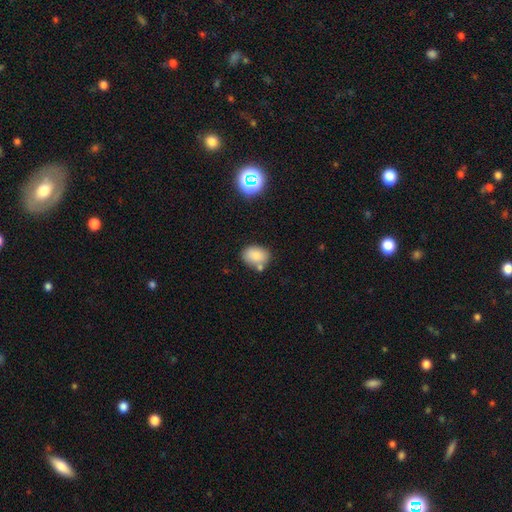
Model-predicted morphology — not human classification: Q: Smooth or featured?
A: smooth (81%); runner-up: star or artifact (11%)
Q: How rounded?
A: in between (73%); runner-up: round (26%)
Q: Merging?
A: none (66%); runner-up: minor disturbance (16%)